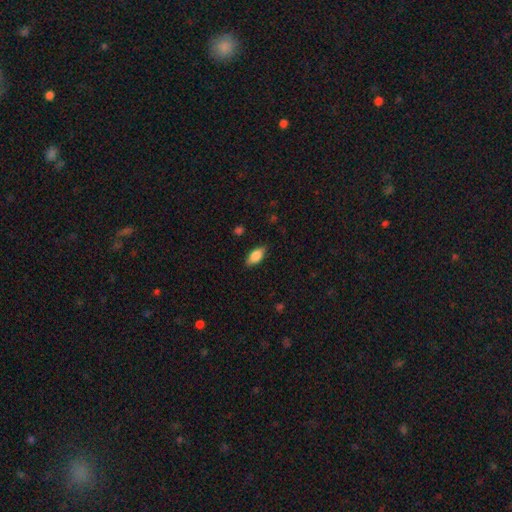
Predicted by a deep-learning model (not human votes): Smooth or featured: smooth — 83% (featured or disk — 10%)
How rounded: in between — 89% (cigar-shaped — 8%)
Merging: none — 84% (minor disturbance — 12%)